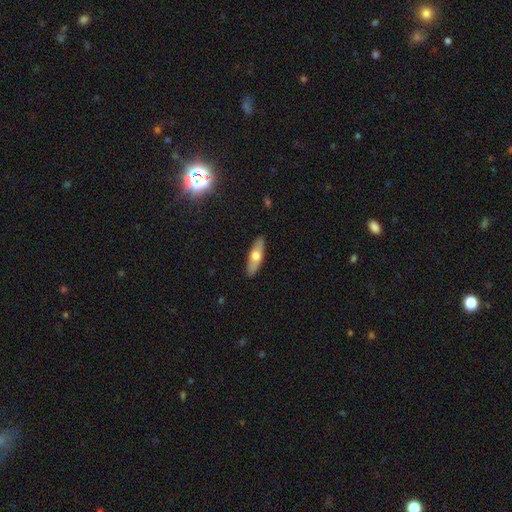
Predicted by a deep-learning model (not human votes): Smooth or featured?
  - smooth: 58% *
  - featured or disk: 36%
  - star or artifact: 6%
How rounded?
  - cigar-shaped: 49% * (tied)
  - in between: 49% * (tied)
  - round: 3%
Merging?
  - none: 89% *
  - minor disturbance: 8%
  - major disturbance: 2%
  - merger: 1%